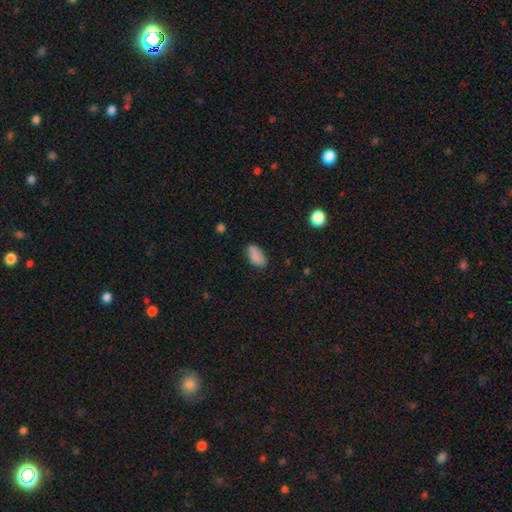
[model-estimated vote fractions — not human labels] smooth_or_featured: smooth (p=0.85) [alt: star or artifact p=0.08]
how_rounded: in between (p=0.93) [alt: round p=0.04]
merging: none (p=0.75) [alt: minor disturbance p=0.19]